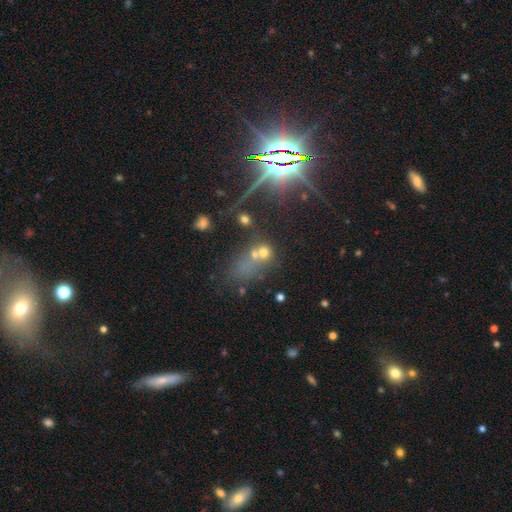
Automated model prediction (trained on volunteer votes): Smooth or featured: star or artifact — 49% (smooth — 33%)